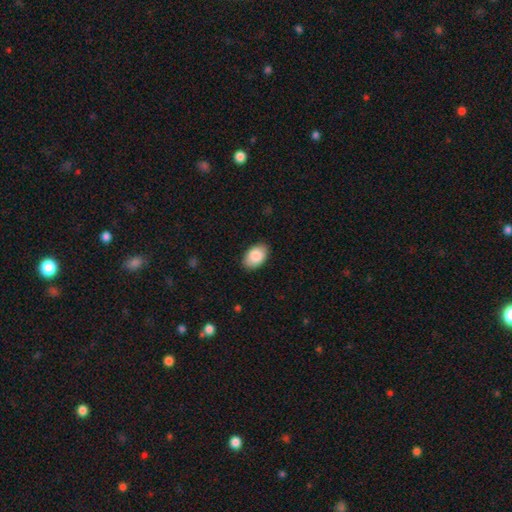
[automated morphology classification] Smooth or featured? smooth (87%)
How rounded? in between (92%)
Merging? none (88%)